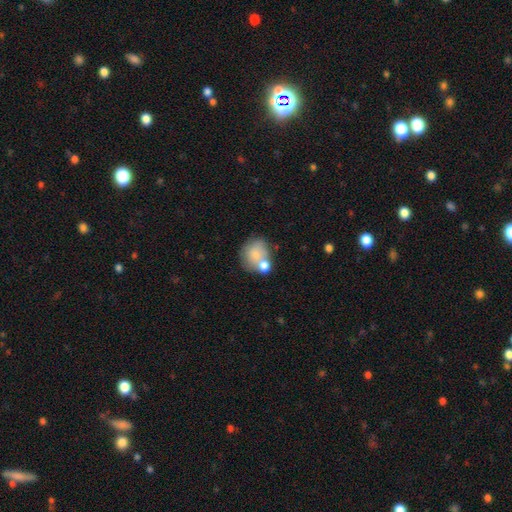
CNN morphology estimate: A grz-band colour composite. It shows a smooth galaxy with no disk features (74%) that is round (69%). Merging: none (42%).